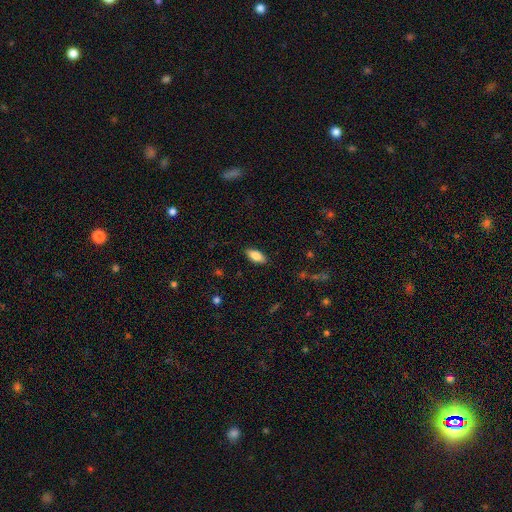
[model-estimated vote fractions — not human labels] Q: Smooth or featured?
A: smooth (81%); runner-up: featured or disk (12%)
Q: How rounded?
A: in between (83%); runner-up: cigar-shaped (15%)
Q: Merging?
A: none (87%); runner-up: minor disturbance (9%)